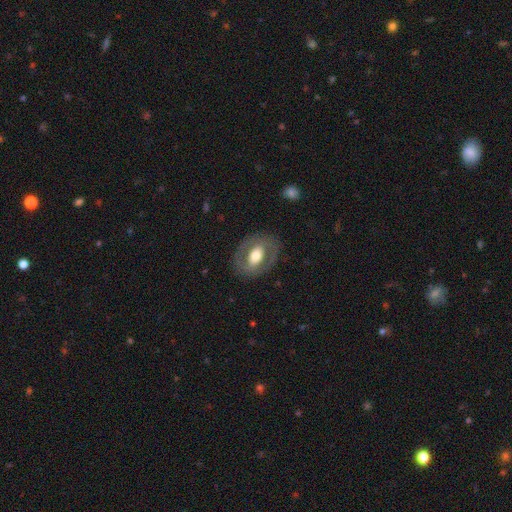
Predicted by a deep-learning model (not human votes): Smooth or featured?
  - featured or disk: 55% *
  - smooth: 39%
  - star or artifact: 6%
Edge-on disk?
  - no: 93% *
  - yes: 7%
Bar?
  - no: 49% *
  - weak: 29%
  - strong: 22%
Spiral arms?
  - no: 68% *
  - yes: 32%
Bulge size?
  - moderate: 56% *
  - large: 30%
  - small: 10%
  - dominant: 3%
  - none: 1%
Merging?
  - none: 80% *
  - minor disturbance: 12%
  - major disturbance: 7%
  - merger: 1%